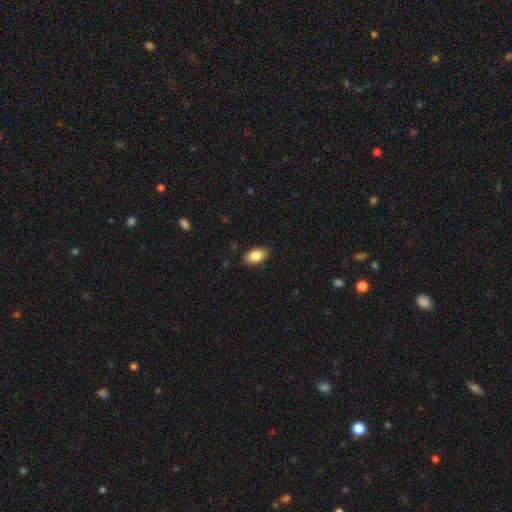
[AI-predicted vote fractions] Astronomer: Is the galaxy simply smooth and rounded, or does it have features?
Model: smooth — 84%.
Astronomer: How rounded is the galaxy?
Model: in between — 92%.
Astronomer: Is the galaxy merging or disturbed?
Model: none — 88%.